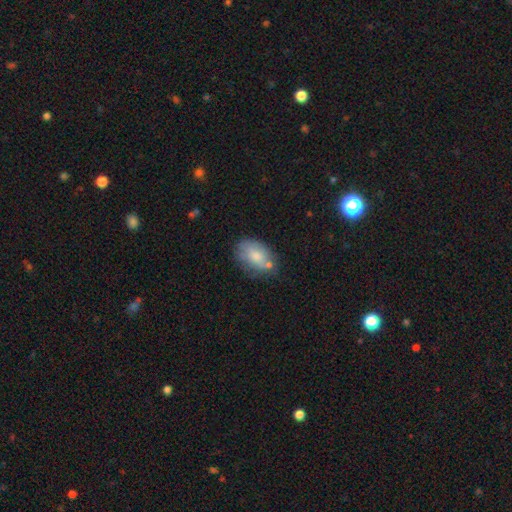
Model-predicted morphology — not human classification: smooth 70%, featured or disk 23%, star or artifact 7%. Down the decision tree: how rounded — in between (86%); merging — none (54%).